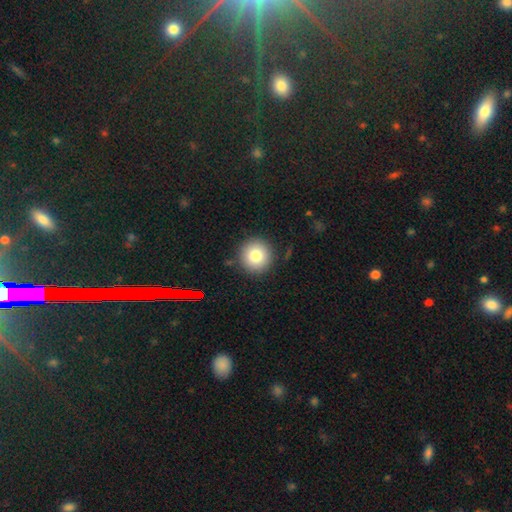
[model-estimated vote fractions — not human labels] The model was most divided on "smooth or featured": smooth: 81%, star or artifact: 10%, featured or disk: 9%. More confident: how rounded — round (94%); merging — none (87%).